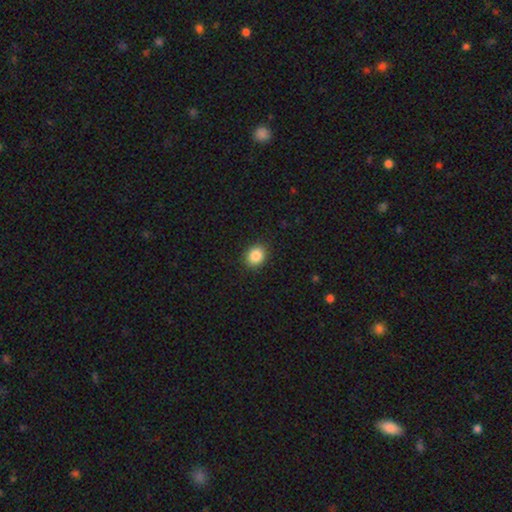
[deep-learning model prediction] smooth-or-featured: smooth: 86% | star or artifact: 9% | featured or disk: 4%
  how-rounded: round: 62% | in between: 37% | cigar-shaped: 1%
  merging: none: 90% | minor disturbance: 7% | major disturbance: 2% | merger: 1%